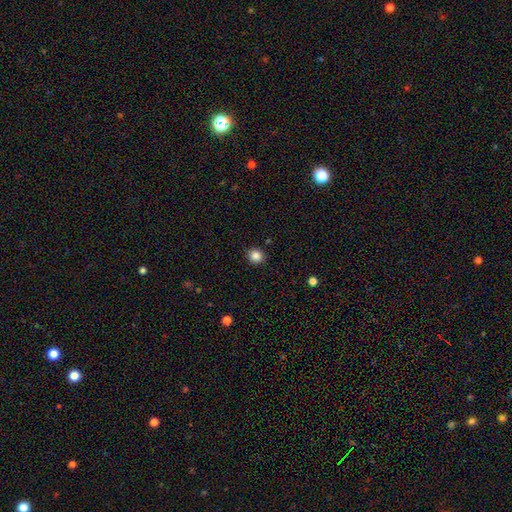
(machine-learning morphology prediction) This is clearly a smooth galaxy (85%). How rounded: clearly round (82%). Merging: clearly none (90%).